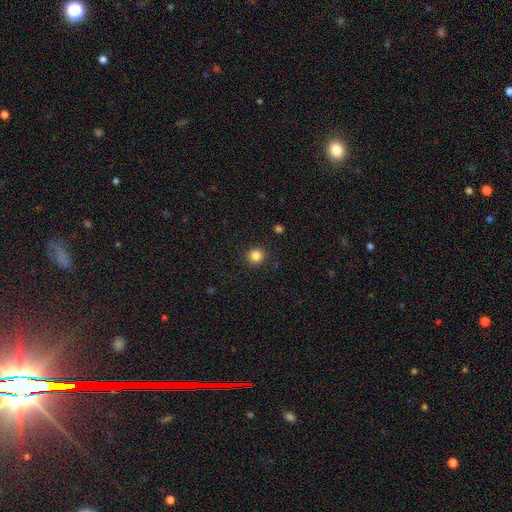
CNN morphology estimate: type=smooth (84%); roundness=round (92%); merging=none (91%).